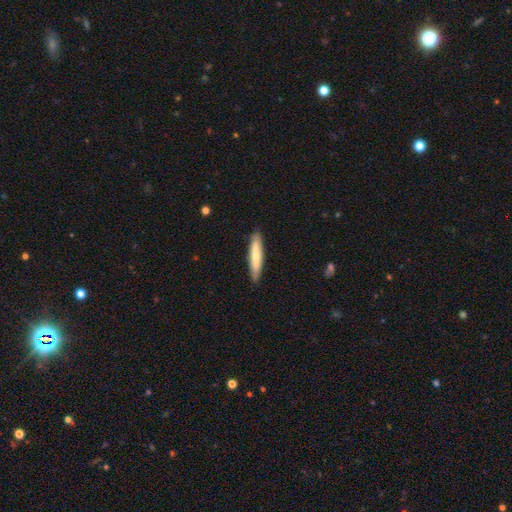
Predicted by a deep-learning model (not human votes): smooth-or-featured: smooth: 76% | featured or disk: 19% | star or artifact: 5%
  how-rounded: cigar-shaped: 88% | in between: 11% | round: 1%
  merging: none: 88% | minor disturbance: 9% | major disturbance: 2% | merger: 1%